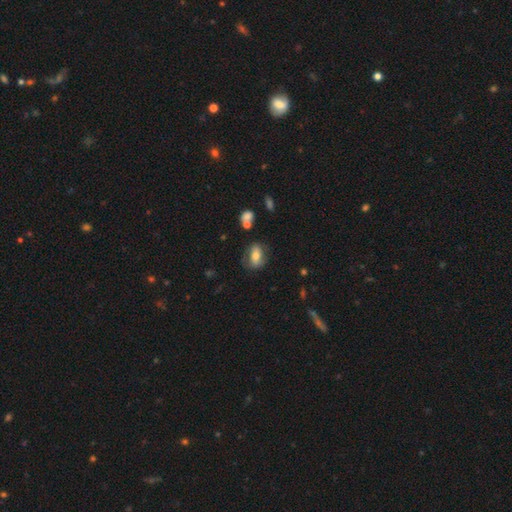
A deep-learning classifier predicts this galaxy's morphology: This appears to be a smooth galaxy with no disk features (53%) that is in between round and cigar-shaped (76%). Merging: none (66%).